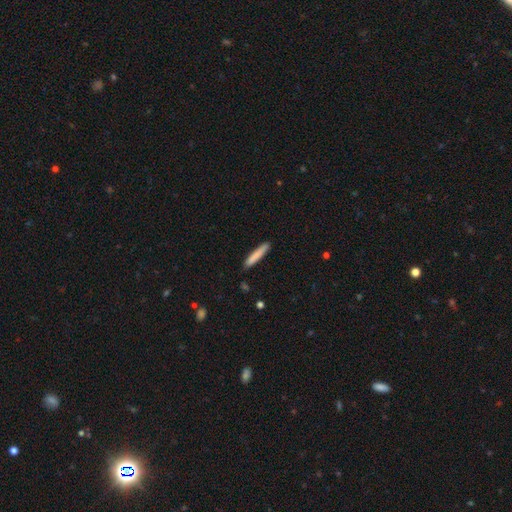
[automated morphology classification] Smooth or featured: smooth — 83% (featured or disk — 11%)
How rounded: cigar-shaped — 93% (in between — 6%)
Merging: none — 88% (minor disturbance — 9%)